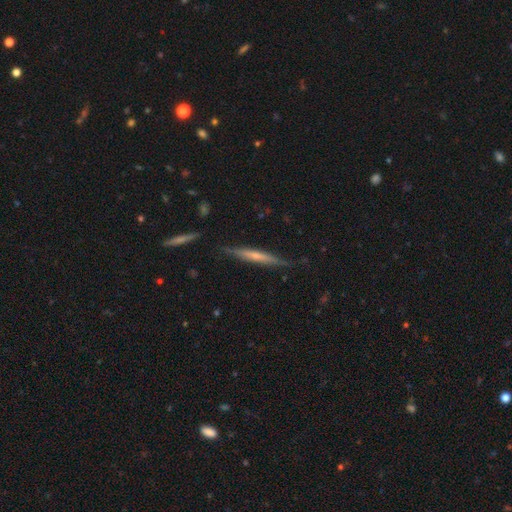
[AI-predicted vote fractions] This appears to be a featured or disk galaxy (56%) viewed edge-on (95%) with no central bulge (53%). Merging: none (83%).